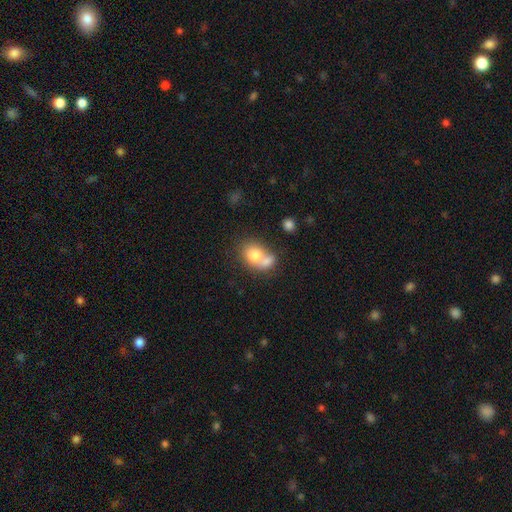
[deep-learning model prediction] smooth-or-featured: smooth: 74% | featured or disk: 17% | star or artifact: 9%
  how-rounded: round: 50% | in between: 49% | cigar-shaped: 1%
  merging: merger: 61% | none: 25% | minor disturbance: 9% | major disturbance: 5%